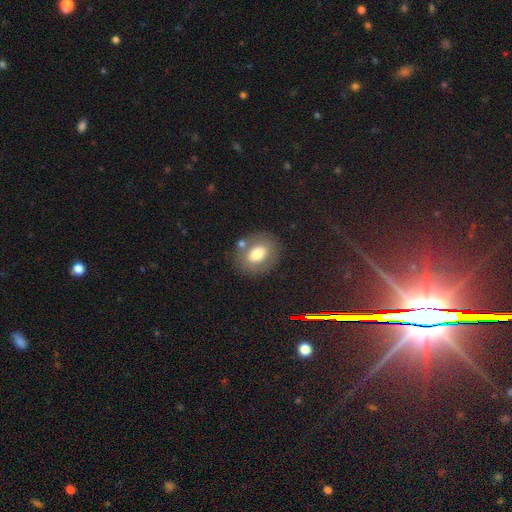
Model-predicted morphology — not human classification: smooth 69%, featured or disk 20%, star or artifact 11%. Down the decision tree: how rounded — in between (58%); merging — none (76%).